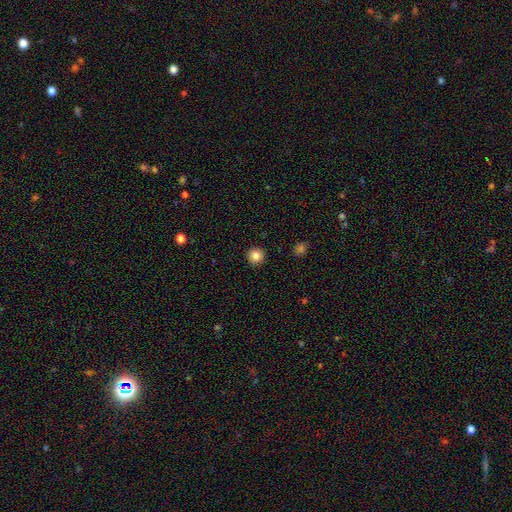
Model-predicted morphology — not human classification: smooth-or-featured: smooth: 85% | star or artifact: 10% | featured or disk: 5%
  how-rounded: round: 95% | in between: 4% | cigar-shaped: 1%
  merging: none: 93% | minor disturbance: 5% | major disturbance: 2% | merger: 1%